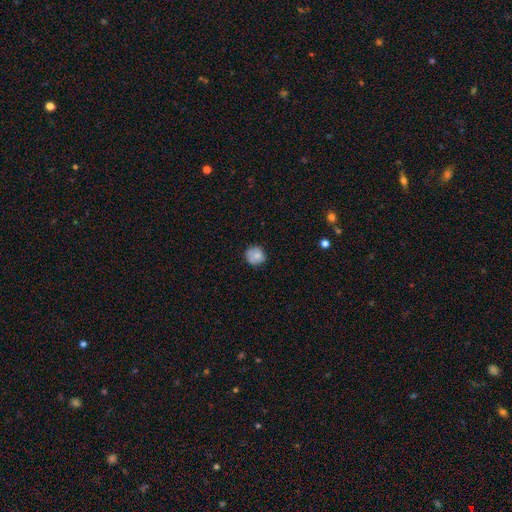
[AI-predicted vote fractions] Smooth or featured?
  - smooth: 76% *
  - featured or disk: 16%
  - star or artifact: 8%
How rounded?
  - round: 87% *
  - in between: 12%
  - cigar-shaped: 1%
Merging?
  - none: 74% *
  - minor disturbance: 20%
  - major disturbance: 4%
  - merger: 2%